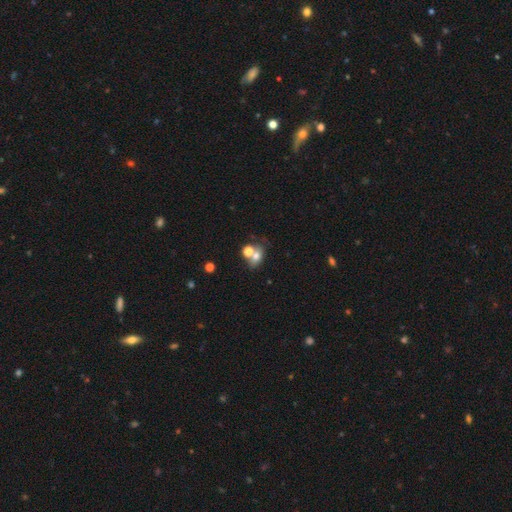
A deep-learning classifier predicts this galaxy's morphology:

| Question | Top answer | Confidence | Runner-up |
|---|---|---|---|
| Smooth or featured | smooth | 66% | featured or disk (19%) |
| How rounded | in between | 58% | round (40%) |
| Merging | merger | 47% | none (36%) |